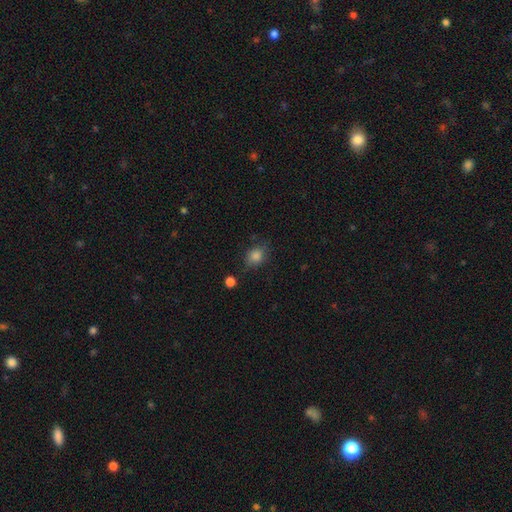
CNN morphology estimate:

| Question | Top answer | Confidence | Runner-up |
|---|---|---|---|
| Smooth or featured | smooth | 83% | star or artifact (11%) |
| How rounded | round | 53% | in between (46%) |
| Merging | none | 74% | minor disturbance (18%) |